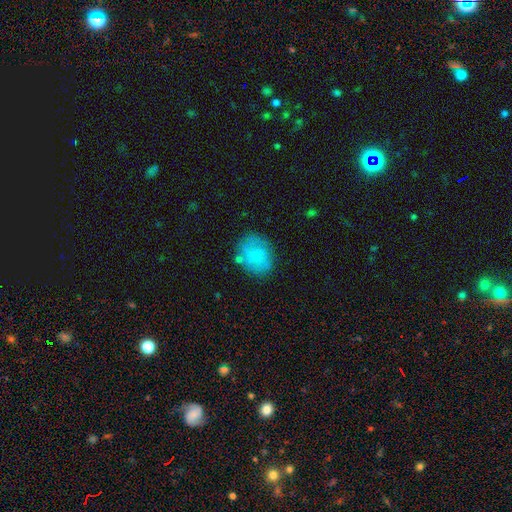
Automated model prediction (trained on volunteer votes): A smooth galaxy with no disk features (64%) that is round (54%). Merging: none (68%).